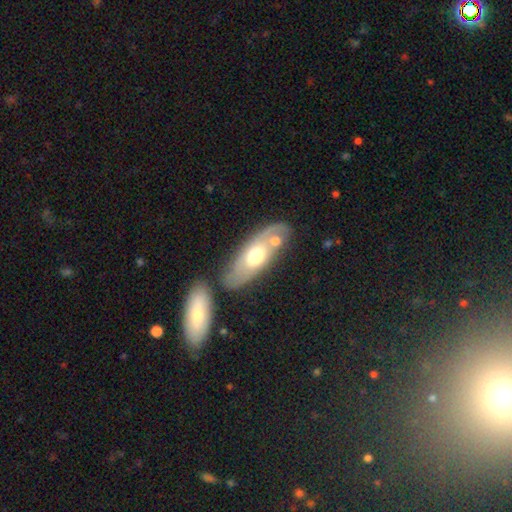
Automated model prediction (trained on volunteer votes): The model was most divided on "smooth or featured": smooth: 48%, featured or disk: 46%, star or artifact: 6%. More confident: merging — none (59%).